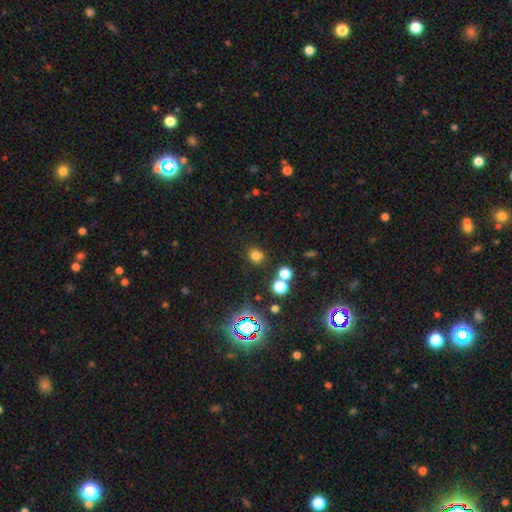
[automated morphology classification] Smooth or featured? smooth (71%)
How rounded? round (72%)
Merging? none (75%)